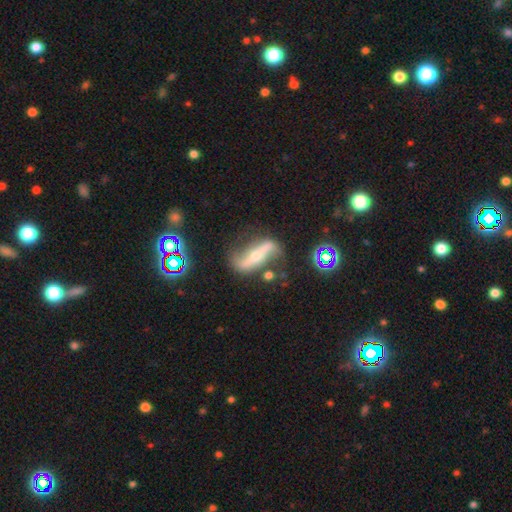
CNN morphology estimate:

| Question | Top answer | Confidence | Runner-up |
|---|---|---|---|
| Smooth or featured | featured or disk | 80% | smooth (12%) |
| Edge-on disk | no | 74% | yes (26%) |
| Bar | strong | 63% | no (22%) |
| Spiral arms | yes | 84% | no (16%) |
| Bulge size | small | 56% | moderate (37%) |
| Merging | none | 66% | minor disturbance (18%) |